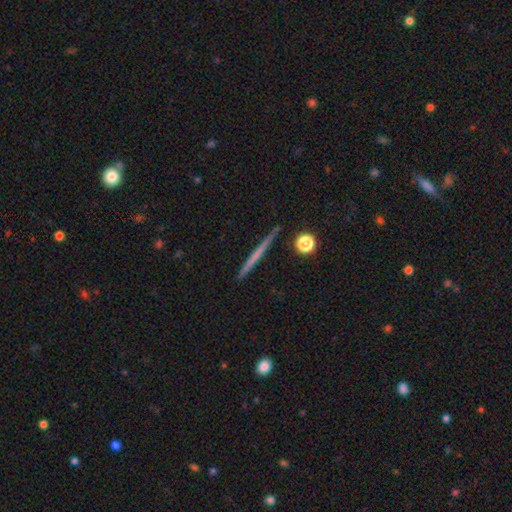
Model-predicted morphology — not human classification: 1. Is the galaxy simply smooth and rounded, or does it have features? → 50% featured or disk, 43% smooth, 7% star or artifact.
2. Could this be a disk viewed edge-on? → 97% yes, 3% no.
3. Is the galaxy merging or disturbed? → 91% none, 6% minor disturbance, 1% merger, 1% major disturbance.